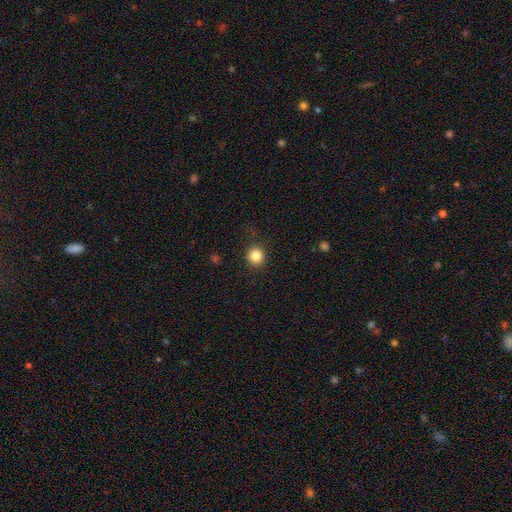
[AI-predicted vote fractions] smooth_or_featured: smooth (p=0.85) [alt: star or artifact p=0.11]
how_rounded: round (p=0.89) [alt: in between p=0.10]
merging: none (p=0.88) [alt: minor disturbance p=0.08]